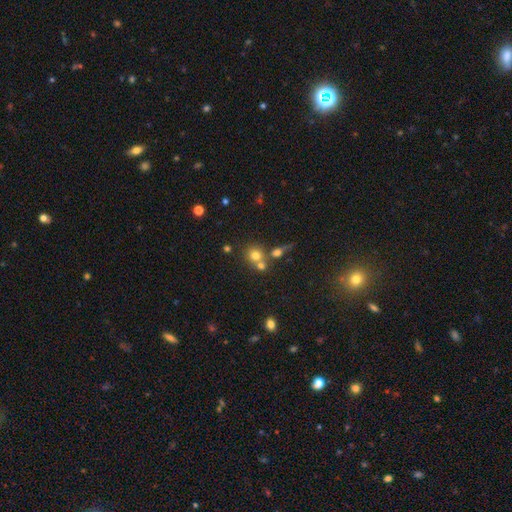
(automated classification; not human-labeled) This is likely a smooth galaxy (72%). How rounded: clearly round (83%). Merging: possibly none (48%).